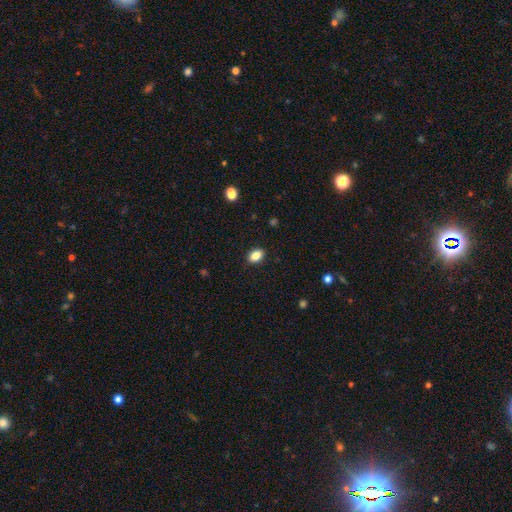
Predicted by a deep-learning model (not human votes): A smooth galaxy with no disk features (86%) that is in between round and cigar-shaped (82%). Merging: none (89%).